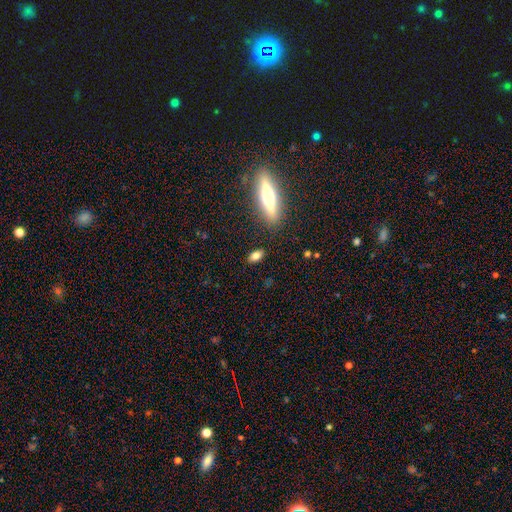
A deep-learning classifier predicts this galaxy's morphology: Smooth or featured? smooth (75%)
How rounded? in between (75%)
Merging? none (84%)